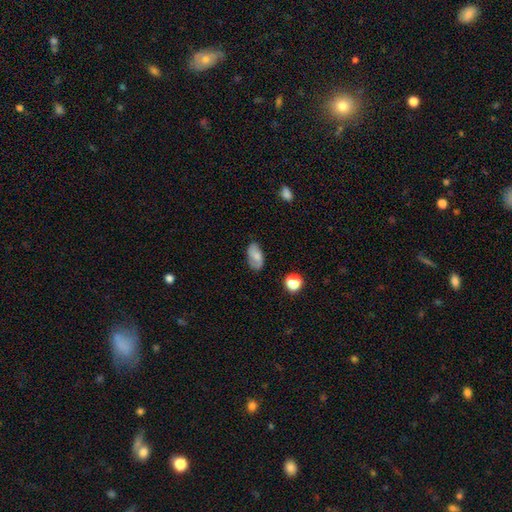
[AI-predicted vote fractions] Smooth or featured? smooth (63%)
How rounded? in between (91%)
Merging? none (74%)